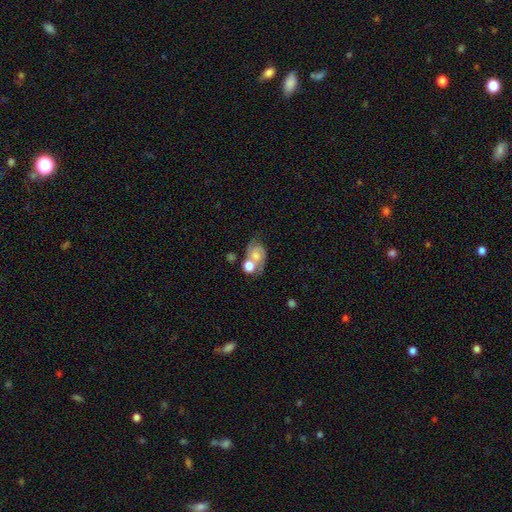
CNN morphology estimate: Q: Smooth or featured?
A: featured or disk (54%); runner-up: smooth (37%)
Q: Edge-on disk?
A: no (97%); runner-up: yes (3%)
Q: Bar?
A: no (69%); runner-up: weak (26%)
Q: Spiral arms?
A: yes (80%); runner-up: no (20%)
Q: Bulge size?
A: moderate (41%); runner-up: small (29%)
Q: Merging?
A: merger (39%); runner-up: none (35%)